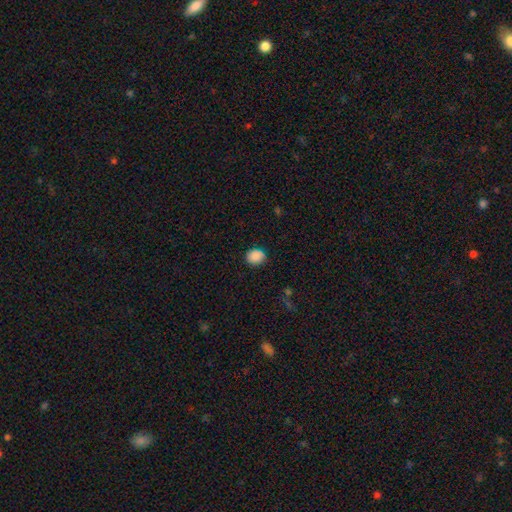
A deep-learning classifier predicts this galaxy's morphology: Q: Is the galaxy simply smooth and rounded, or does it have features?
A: smooth — 88%.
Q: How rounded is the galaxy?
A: round — 64%.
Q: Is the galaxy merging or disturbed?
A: none — 83%.